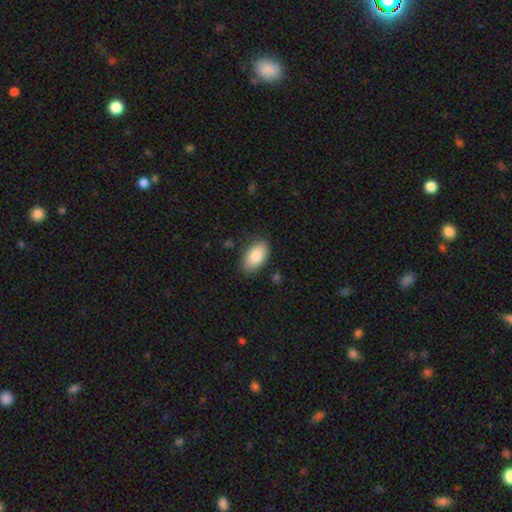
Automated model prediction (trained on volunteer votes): Morphology: type=smooth (84%); roundness=in between (94%); merging=none (82%).